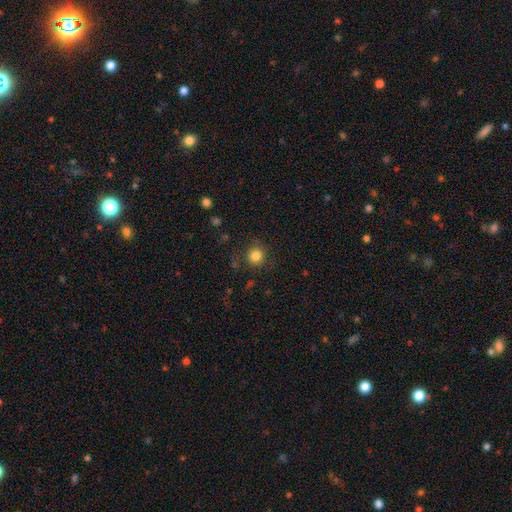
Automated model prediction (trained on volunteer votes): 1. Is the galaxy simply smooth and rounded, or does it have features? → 83% smooth, 12% star or artifact, 5% featured or disk.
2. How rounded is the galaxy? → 93% round, 6% in between, 1% cigar-shaped.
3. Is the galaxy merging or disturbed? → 85% none, 10% minor disturbance, 4% major disturbance, 2% merger.